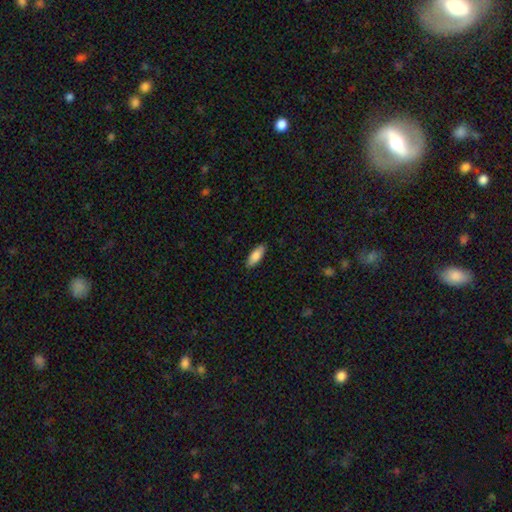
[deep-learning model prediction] smooth_or_featured: smooth (p=0.84) [alt: featured or disk p=0.10]
how_rounded: in between (p=0.71) [alt: cigar-shaped p=0.27]
merging: none (p=0.88) [alt: minor disturbance p=0.09]